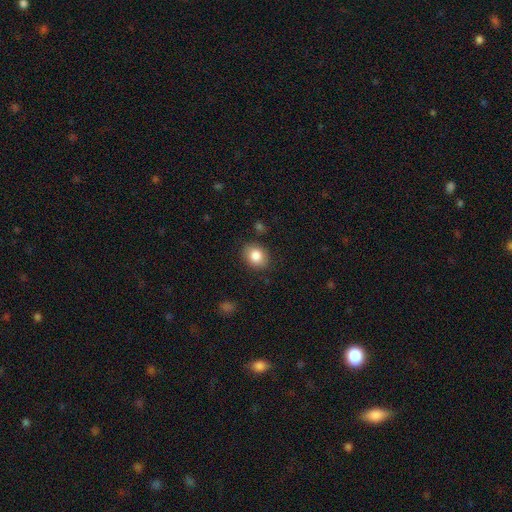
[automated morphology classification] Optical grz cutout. It shows a smooth galaxy with no disk features (84%) that is round (50%). Merging: none (84%).